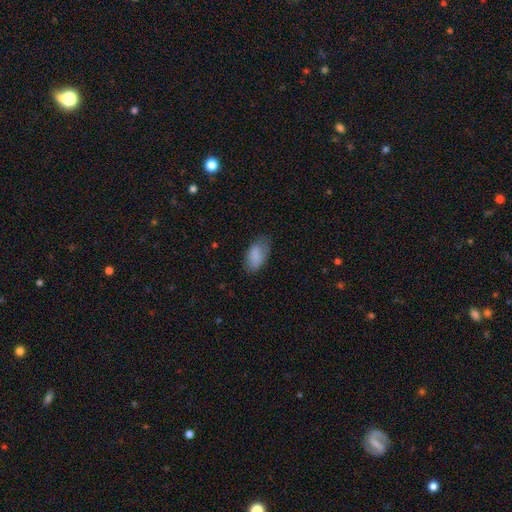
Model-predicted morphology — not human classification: A smooth galaxy with no disk features (86%) that is in between round and cigar-shaped (94%).

Vote fractions:
- Smooth or featured? smooth: 86% / star or artifact: 7% / featured or disk: 7%
- How rounded? in between: 94% / round: 4% / cigar-shaped: 2%
- Merging? none: 68% / minor disturbance: 24% / major disturbance: 6% / merger: 1%